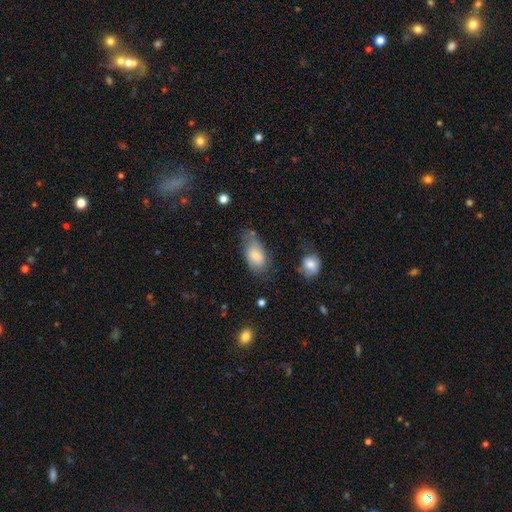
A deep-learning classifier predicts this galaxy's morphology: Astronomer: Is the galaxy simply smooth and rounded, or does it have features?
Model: smooth — 76%.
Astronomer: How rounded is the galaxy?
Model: in between — 92%.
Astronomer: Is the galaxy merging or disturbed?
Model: none — 47% (runner-up: minor disturbance, 34%).